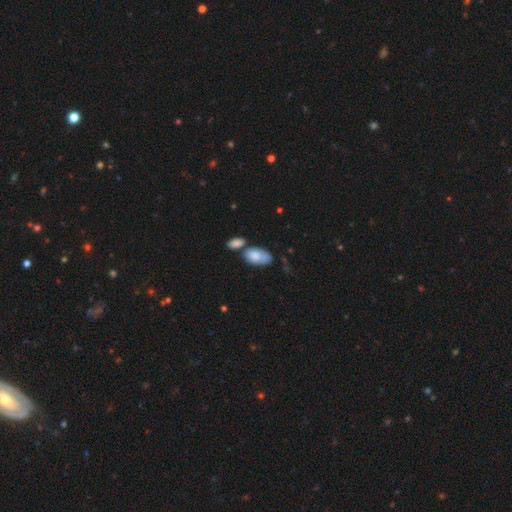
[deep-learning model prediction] Overall: smooth (76%). How rounded: in between (93%). Merging: none (37%; merger 29%).